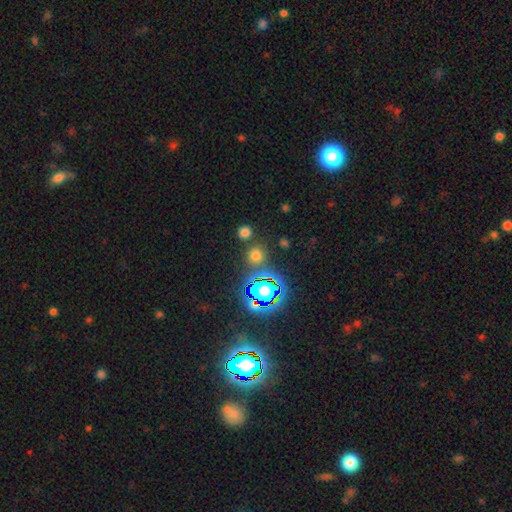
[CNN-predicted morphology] type=smooth (63%); roundness=round (88%); merging=none (80%).